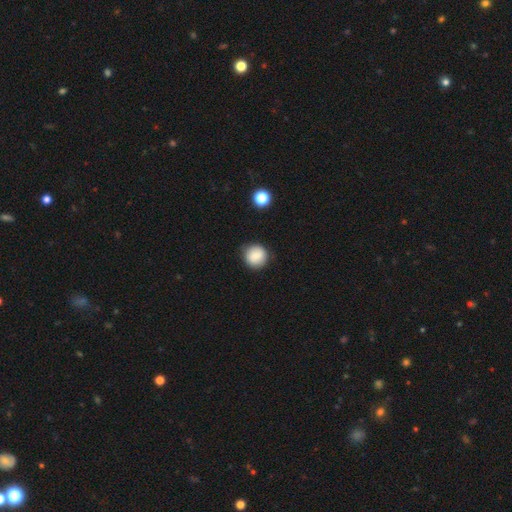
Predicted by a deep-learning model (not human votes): smooth-or-featured: smooth: 84% | star or artifact: 8% | featured or disk: 7%
  how-rounded: round: 92% | in between: 7% | cigar-shaped: 1%
  merging: none: 86% | minor disturbance: 11% | major disturbance: 3% | merger: 1%